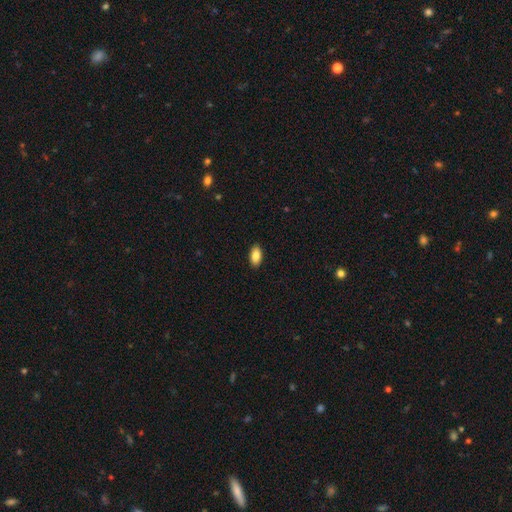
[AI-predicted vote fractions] A smooth galaxy with no disk features (85%) that is in between round and cigar-shaped (93%).

Vote fractions:
- Smooth or featured? smooth: 85% / featured or disk: 8% / star or artifact: 7%
- How rounded? in between: 93% / cigar-shaped: 4% / round: 3%
- Merging? none: 89% / minor disturbance: 8% / major disturbance: 2% / merger: 1%